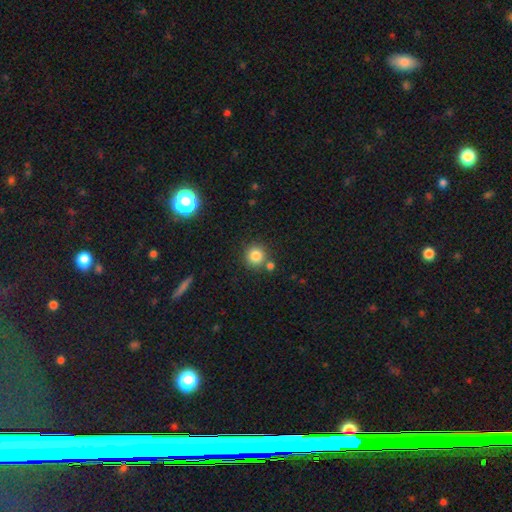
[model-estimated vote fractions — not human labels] Smooth or featured? Predicted: smooth (p=0.83). How rounded? Predicted: round (p=0.92). Merging? Predicted: none (p=0.75).